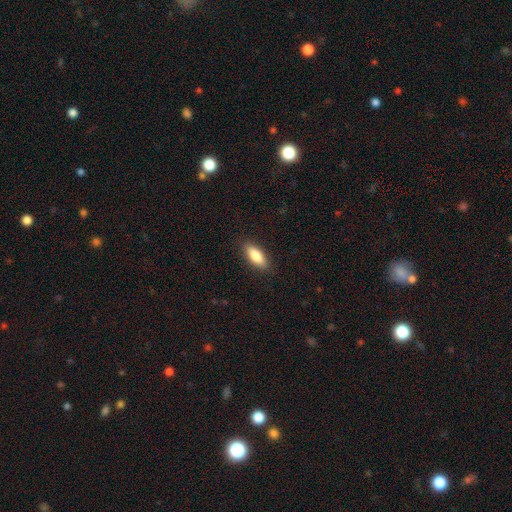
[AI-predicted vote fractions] A smooth galaxy with no disk features (81%) that is in between round and cigar-shaped (69%). Merging: none (88%).